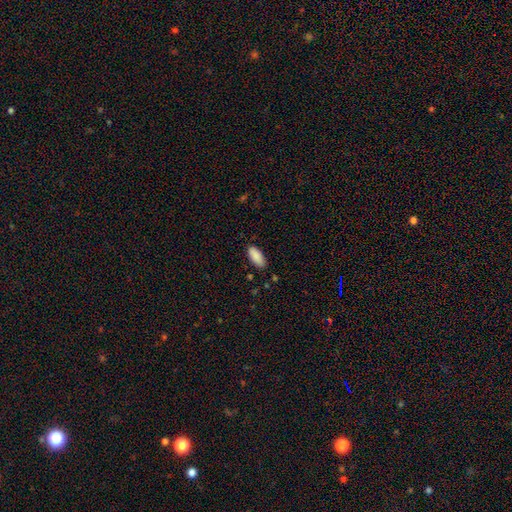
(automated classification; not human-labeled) This appears to be a smooth galaxy with no disk features (90%) that is in between round and cigar-shaped (87%). Merging: none (86%).